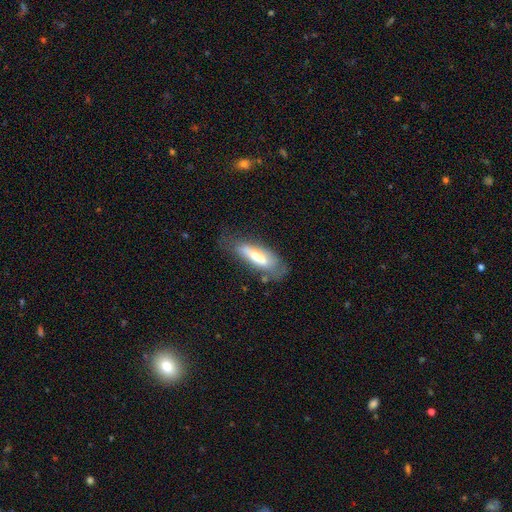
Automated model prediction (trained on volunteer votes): A featured or disk galaxy (48%). Merging: none (54%).